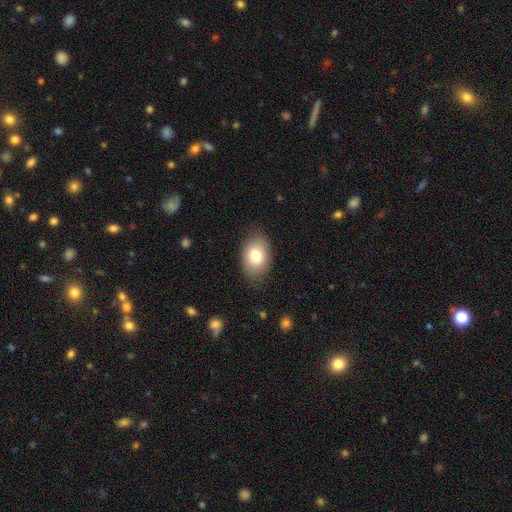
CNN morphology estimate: type=smooth (79%); roundness=in between (85%); merging=none (82%).